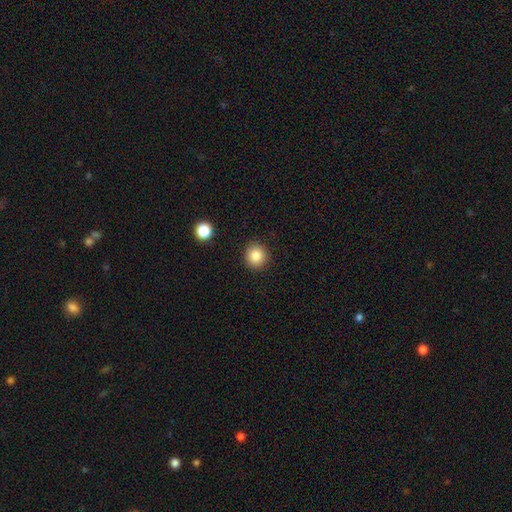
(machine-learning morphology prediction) Smooth or featured? Predicted: smooth (p=0.85). How rounded? Predicted: round (p=0.92). Merging? Predicted: none (p=0.91).